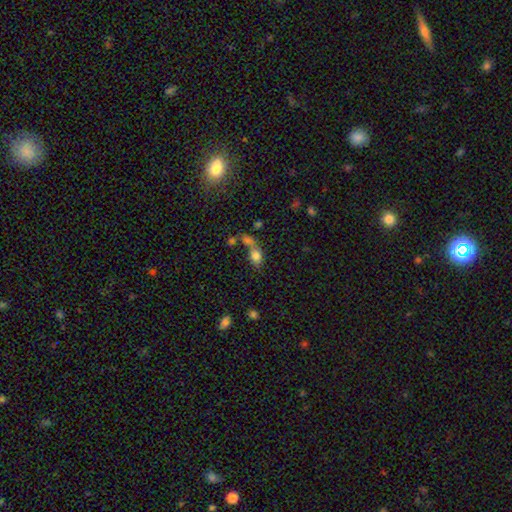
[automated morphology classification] This is likely a smooth galaxy (74%). How rounded: likely in between (63%). Merging: possibly merger (47%).